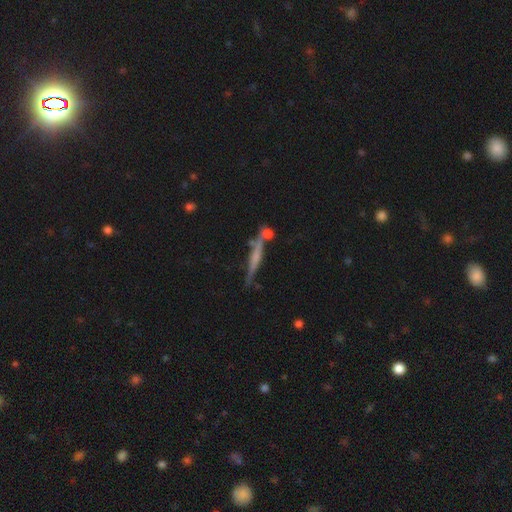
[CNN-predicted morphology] This is likely a featured or disk galaxy (62%). It is clearly viewed edge-on (95%). Edge-on bulge: possibly none (45%). Merging: likely none (71%).